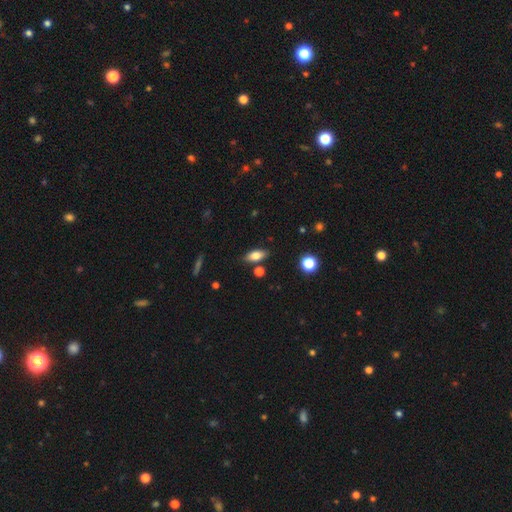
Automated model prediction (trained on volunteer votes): This is likely a smooth galaxy (77%). How rounded: clearly in between (83%). Merging: clearly none (81%).